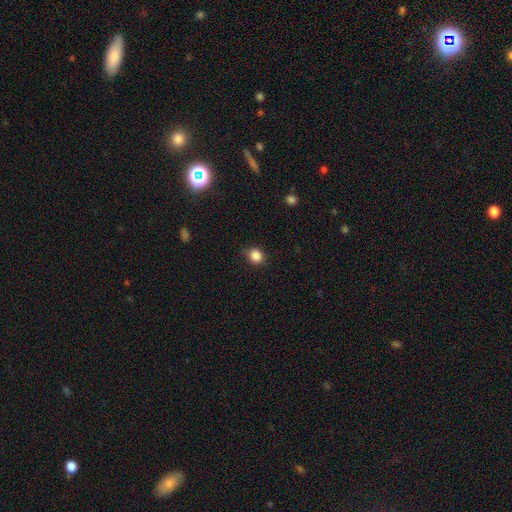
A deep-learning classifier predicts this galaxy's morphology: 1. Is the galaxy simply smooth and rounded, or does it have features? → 86% smooth, 10% star or artifact, 3% featured or disk.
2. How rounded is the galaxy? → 66% round, 33% in between, 1% cigar-shaped.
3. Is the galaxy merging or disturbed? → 83% none, 12% minor disturbance, 3% major disturbance, 1% merger.